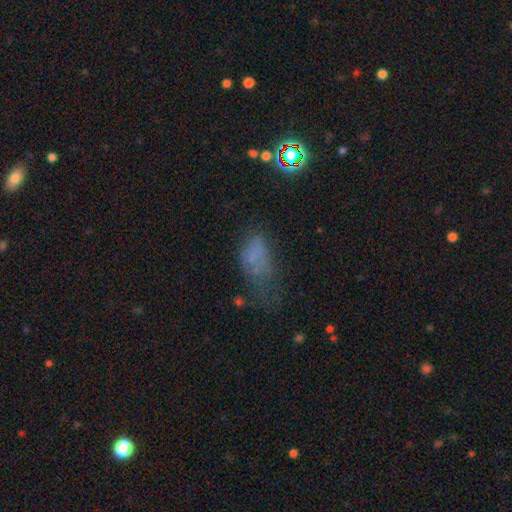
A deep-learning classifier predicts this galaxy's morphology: smooth_or_featured: smooth (p=0.50) [alt: star or artifact p=0.25]
how_rounded: in between (p=0.85) [alt: round p=0.09]
merging: major disturbance (p=0.39) [alt: none p=0.29]